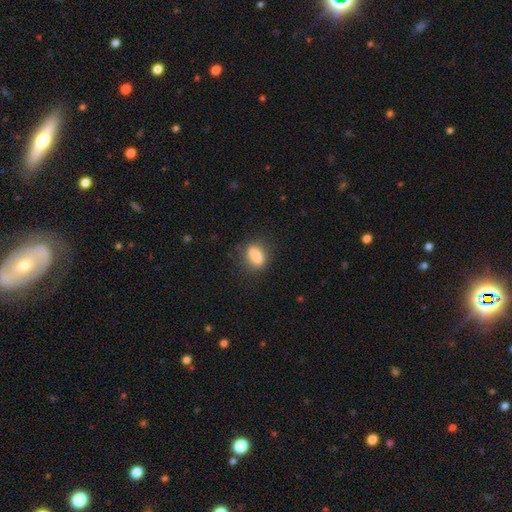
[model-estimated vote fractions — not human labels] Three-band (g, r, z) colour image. It shows a smooth galaxy with no disk features (80%) that is in between round and cigar-shaped (64%). Merging: none (82%).